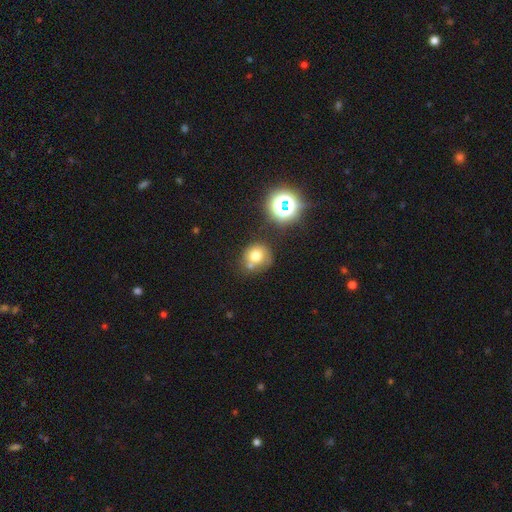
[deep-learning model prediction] Overall: smooth (71%). How rounded: round (83%). Merging: none (58%; merger 20%).